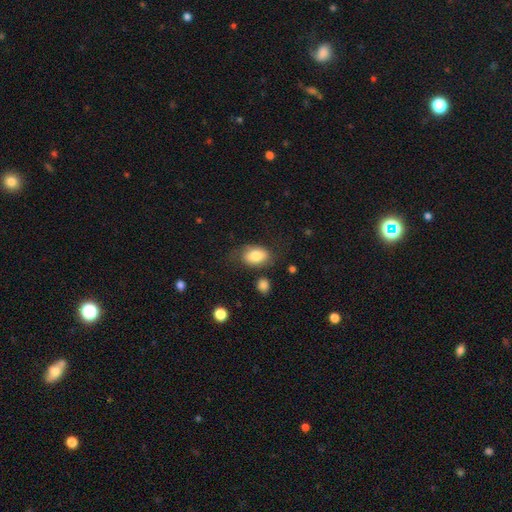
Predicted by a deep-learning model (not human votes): Morphology: type=smooth (79%); roundness=in between (83%); merging=none (66%).